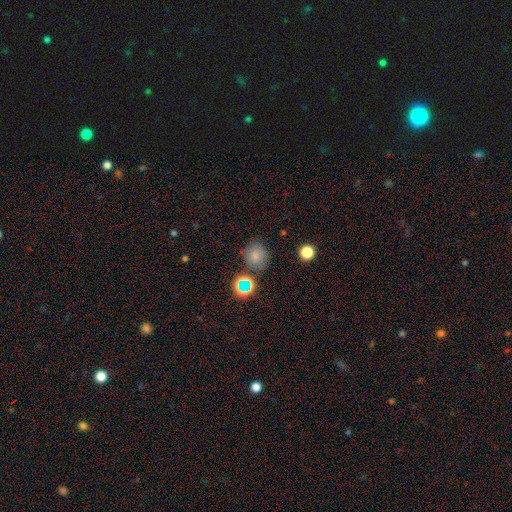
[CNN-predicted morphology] Q: Smooth or featured?
A: smooth (73%); runner-up: star or artifact (18%)
Q: How rounded?
A: round (83%); runner-up: in between (16%)
Q: Merging?
A: none (76%); runner-up: minor disturbance (13%)